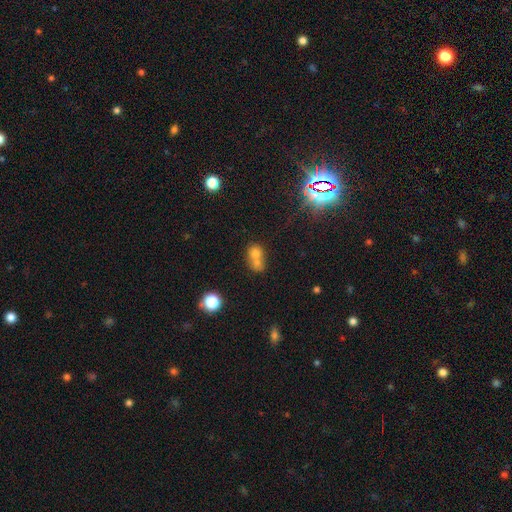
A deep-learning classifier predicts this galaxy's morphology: The model was most divided on "how rounded": round: 61%, in between: 38%, cigar-shaped: 1%. More confident: smooth or featured — smooth (69%); merging — merger (67%).